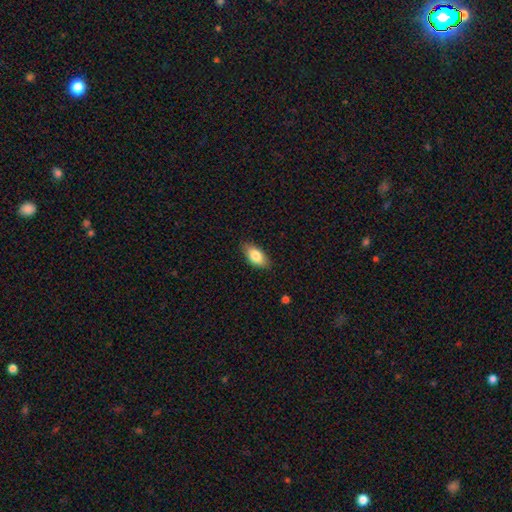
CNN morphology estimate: Smooth or featured: smooth — 83% (featured or disk — 10%)
How rounded: in between — 91% (cigar-shaped — 6%)
Merging: none — 86% (minor disturbance — 11%)